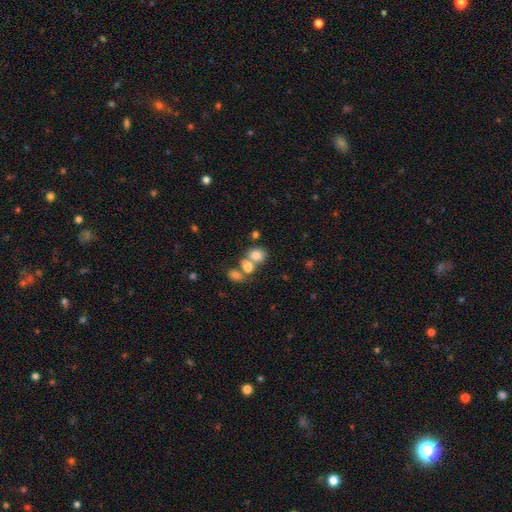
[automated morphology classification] type=smooth (76%); roundness=round (50%); merging=merger (47%).